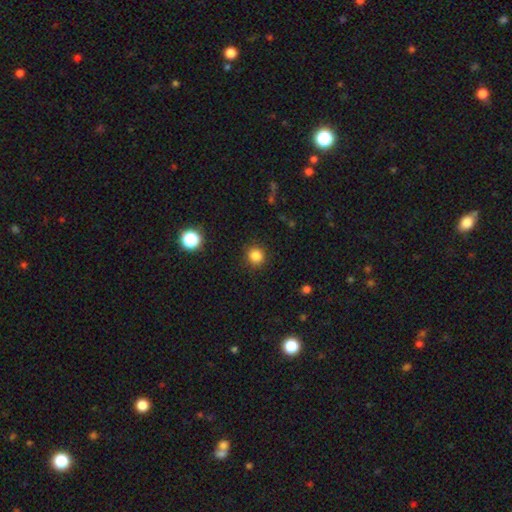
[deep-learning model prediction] A smooth galaxy with no disk features (83%) that is round (91%). Merging: none (90%).